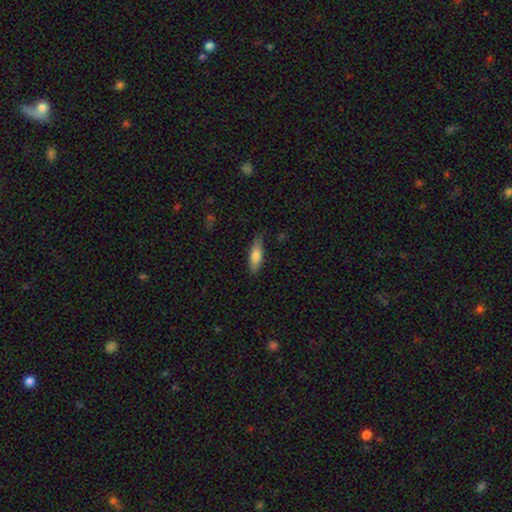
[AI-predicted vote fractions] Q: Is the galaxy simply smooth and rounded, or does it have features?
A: smooth — 77%.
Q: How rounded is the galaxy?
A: in between — 55%.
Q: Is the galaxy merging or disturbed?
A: none — 73%.